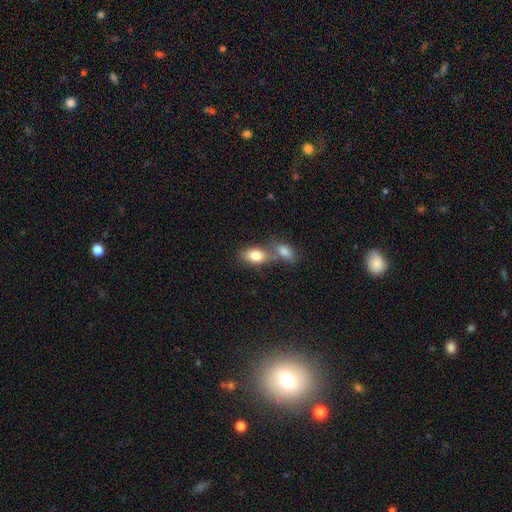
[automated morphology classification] Smooth or featured? smooth (83%)
How rounded? in between (90%)
Merging? merger (50%)